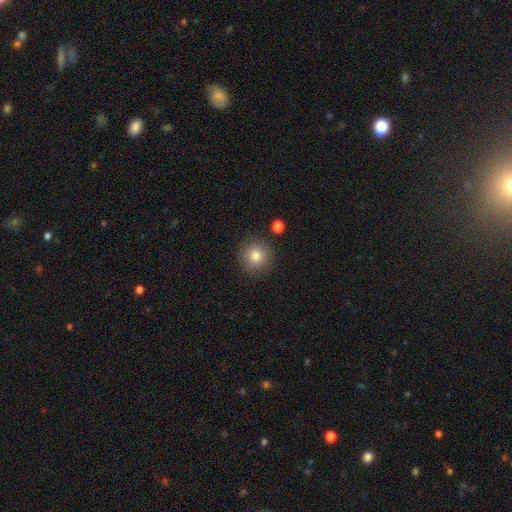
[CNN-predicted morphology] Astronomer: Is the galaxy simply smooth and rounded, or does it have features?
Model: smooth — 81%.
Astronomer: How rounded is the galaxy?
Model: round — 93%.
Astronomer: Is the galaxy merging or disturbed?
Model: none — 87%.